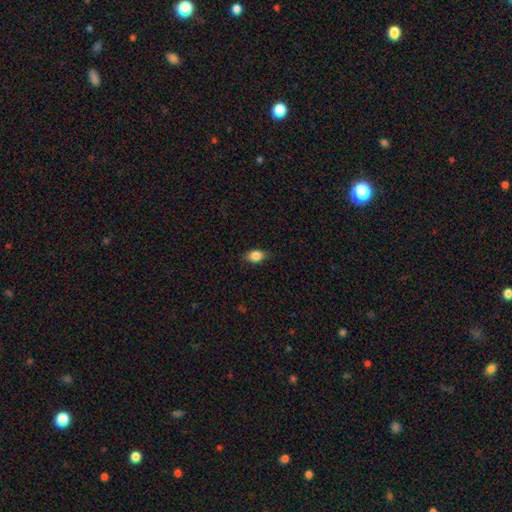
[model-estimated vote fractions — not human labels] The model was most divided on "how rounded": in between: 76%, round: 22%, cigar-shaped: 2%. More confident: smooth or featured — smooth (86%); merging — none (82%).